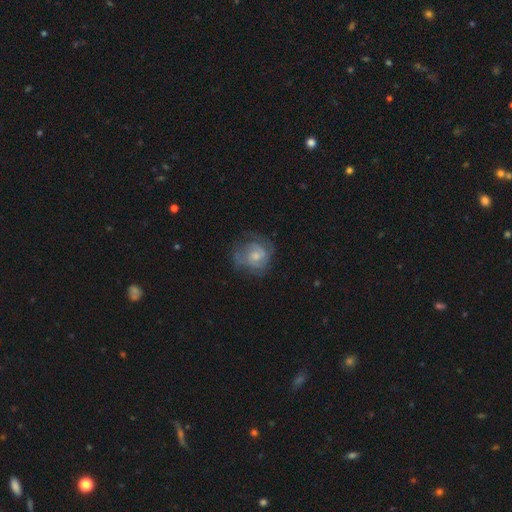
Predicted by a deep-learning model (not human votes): A featured or disk galaxy (69%) with no bar (66%), 2 (44%) tight (50%) spiral arms (87%) and a moderate central bulge (45%, tied with small).

Vote fractions:
- Smooth or featured? featured or disk: 69% / smooth: 24% / star or artifact: 7%
- Edge-on disk? no: 98% / yes: 2%
- Bar? no: 66% / weak: 30% / strong: 4%
- Spiral arms? yes: 87% / no: 13%
- Spiral winding? tight: 50% / medium: 38% / loose: 12%
- Spiral arm count? 2: 44% / can't tell: 28% / 3: 15% / 1: 5% / 4: 4% / more than 4: 3%
- Bulge size? moderate: 45% (tied) / small: 45% (tied) / none: 5% / large: 4% / dominant: 1%
- Merging? none: 62% / minor disturbance: 22% / major disturbance: 14% / merger: 2%